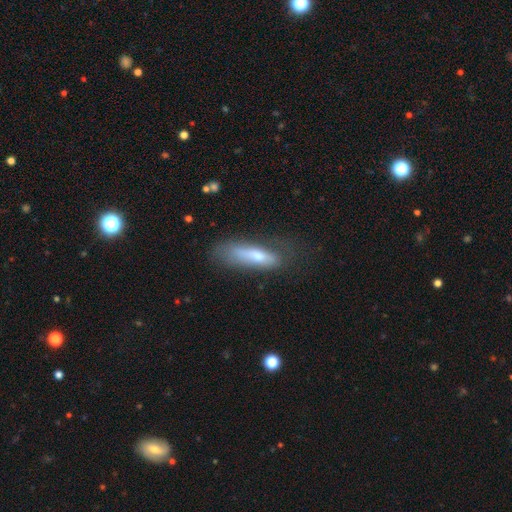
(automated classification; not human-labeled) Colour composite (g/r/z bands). It shows a smooth galaxy with no disk features (65%) that is cigar-shaped (62%). Merging: none (50%).